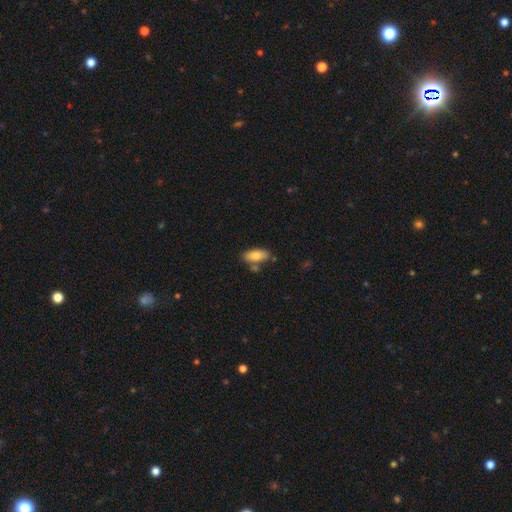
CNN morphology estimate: smooth_or_featured: smooth (p=0.81) [alt: featured or disk p=0.12]
how_rounded: in between (p=0.87) [alt: cigar-shaped p=0.11]
merging: none (p=0.67) [alt: minor disturbance p=0.16]